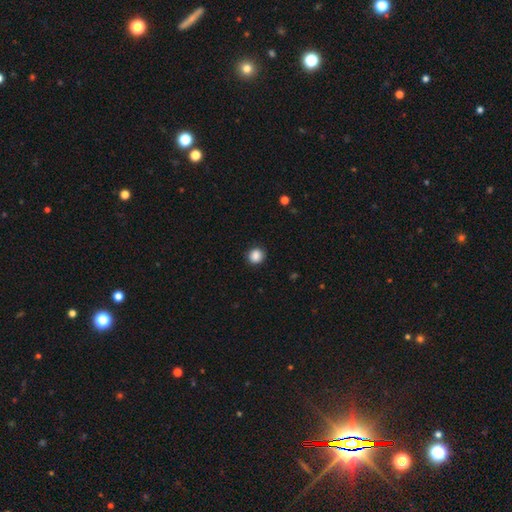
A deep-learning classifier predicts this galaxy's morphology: Q: Smooth or featured?
A: smooth (87%); runner-up: star or artifact (9%)
Q: How rounded?
A: round (89%); runner-up: in between (10%)
Q: Merging?
A: none (91%); runner-up: minor disturbance (7%)